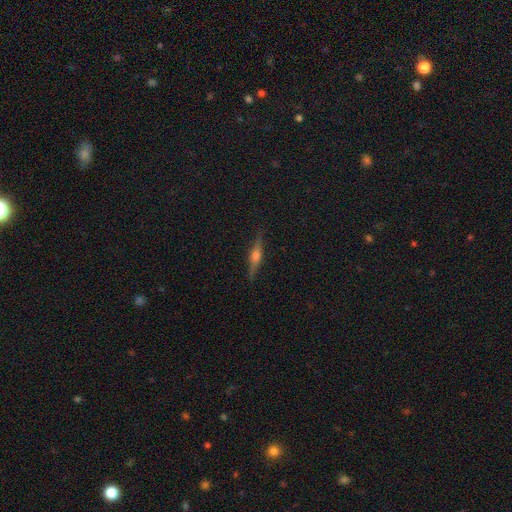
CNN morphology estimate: smooth_or_featured: featured or disk (p=0.73) [alt: smooth p=0.19]
disk_edge_on: yes (p=0.98) [alt: no p=0.02]
edge_on_bulge: rounded (p=0.84) [alt: boxy p=0.12]
merging: none (p=0.89) [alt: minor disturbance p=0.08]